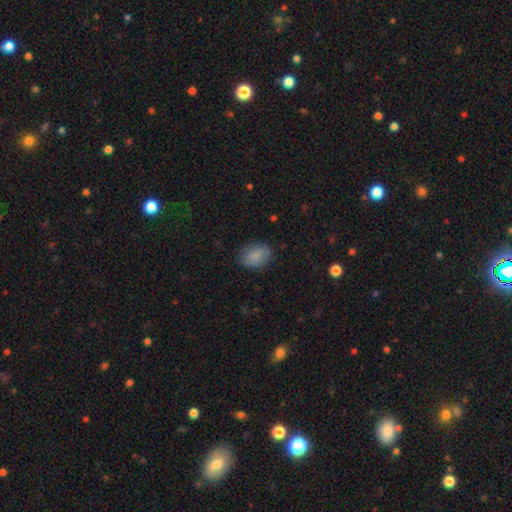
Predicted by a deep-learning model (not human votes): A smooth galaxy with no disk features (87%) that is in between round and cigar-shaped (74%). Merging: none (83%).